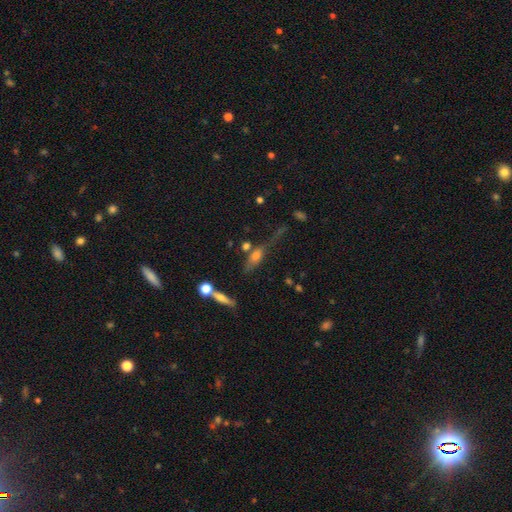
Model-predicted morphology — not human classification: This is possibly a smooth galaxy (52%). How rounded: possibly in between (54%). Merging: marginally none (41%).